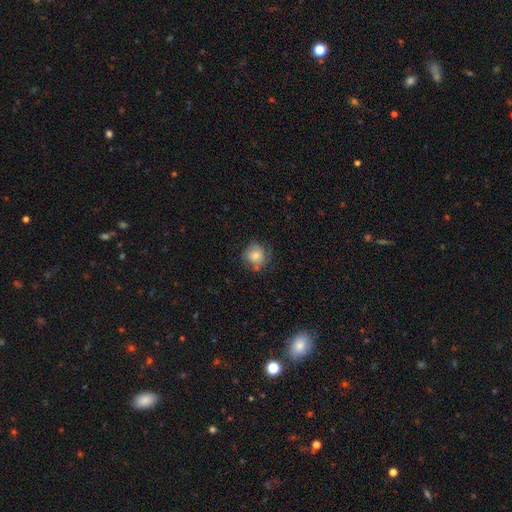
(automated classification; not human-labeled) Smooth or featured?
  - smooth: 69% *
  - featured or disk: 22%
  - star or artifact: 9%
How rounded?
  - round: 87% *
  - in between: 12%
  - cigar-shaped: 1%
Merging?
  - none: 65% *
  - minor disturbance: 23%
  - major disturbance: 8%
  - merger: 4%